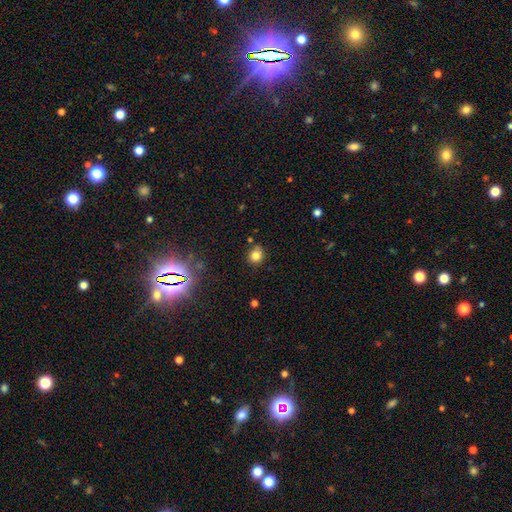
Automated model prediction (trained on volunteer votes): Smooth or featured: smooth — 80% (star or artifact — 14%)
How rounded: round — 81% (in between — 18%)
Merging: none — 78% (minor disturbance — 14%)